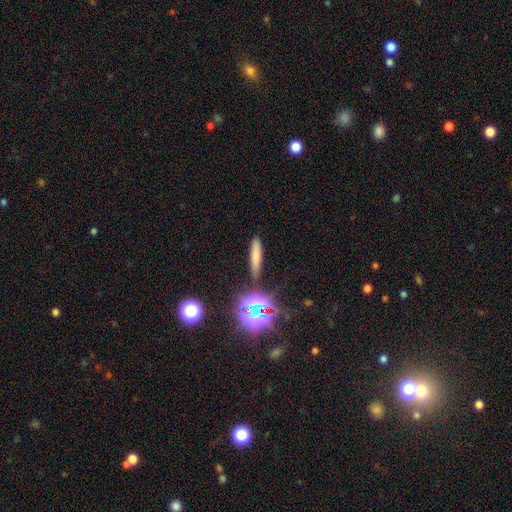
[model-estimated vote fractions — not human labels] Morphology: type=smooth (68%); roundness=cigar-shaped (84%); merging=none (85%).